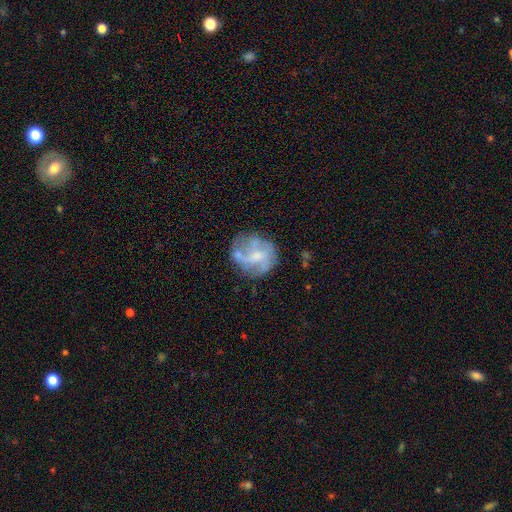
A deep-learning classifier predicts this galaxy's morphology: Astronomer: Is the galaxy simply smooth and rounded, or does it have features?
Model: featured or disk — 63%.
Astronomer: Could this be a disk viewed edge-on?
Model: no — 98%.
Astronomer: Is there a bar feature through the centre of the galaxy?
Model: no — 57% (runner-up: weak, 34%).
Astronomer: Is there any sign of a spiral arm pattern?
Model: yes — 53% (runner-up: no, 47%).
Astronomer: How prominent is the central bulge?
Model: moderate — 39% (runner-up: small, 38%).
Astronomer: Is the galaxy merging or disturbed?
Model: none — 60%.